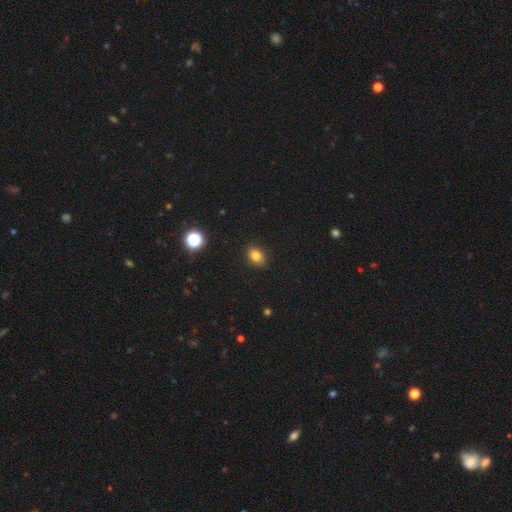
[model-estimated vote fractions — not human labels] smooth_or_featured: smooth (p=0.81) [alt: star or artifact p=0.12]
how_rounded: in between (p=0.65) [alt: round p=0.33]
merging: none (p=0.89) [alt: minor disturbance p=0.08]